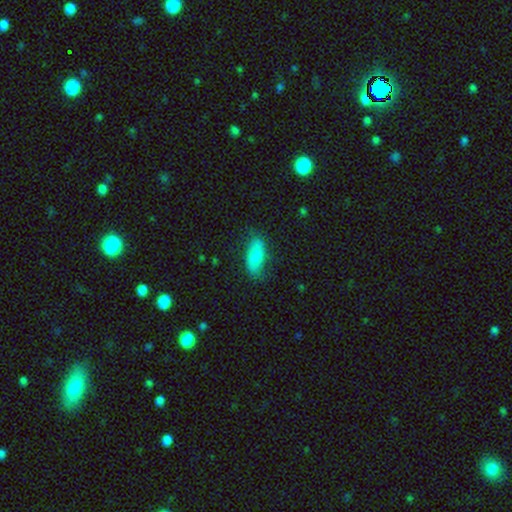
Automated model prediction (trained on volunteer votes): A smooth galaxy with no disk features (72%) that is in between round and cigar-shaped (80%). Merging: none (72%).